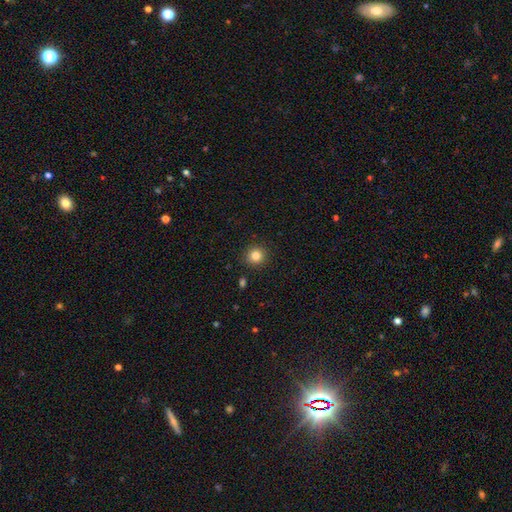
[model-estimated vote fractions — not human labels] smooth-or-featured: smooth: 83% | star or artifact: 12% | featured or disk: 6%
  how-rounded: round: 93% | in between: 6% | cigar-shaped: 1%
  merging: none: 91% | minor disturbance: 6% | major disturbance: 2% | merger: 1%